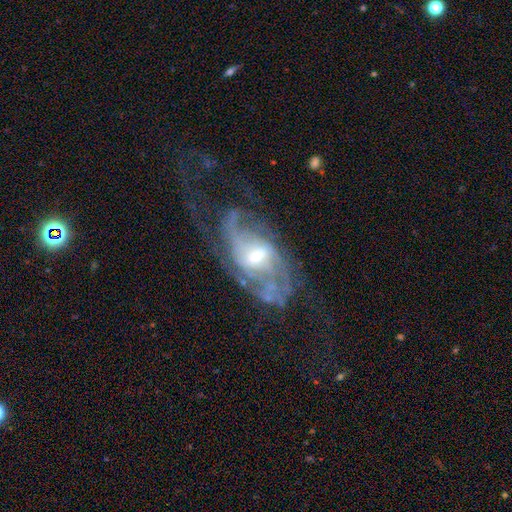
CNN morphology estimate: Smooth or featured?
  - featured or disk: 82% *
  - smooth: 11%
  - star or artifact: 7%
Edge-on disk?
  - no: 95% *
  - yes: 5%
Bar?
  - weak: 54% *
  - no: 24%
  - strong: 22%
Spiral arms?
  - yes: 87% *
  - no: 13%
Spiral winding?
  - medium: 41% *
  - loose: 36%
  - tight: 23%
Spiral arm count?
  - 2: 44% *
  - can't tell: 28%
  - 3: 11%
  - 1: 8%
  - 4: 5%
  - more than 4: 4%
Bulge size?
  - moderate: 56% *
  - small: 30%
  - large: 9%
  - none: 4%
  - dominant: 1%
Merging?
  - none: 44% *
  - major disturbance: 30%
  - minor disturbance: 21%
  - merger: 4%